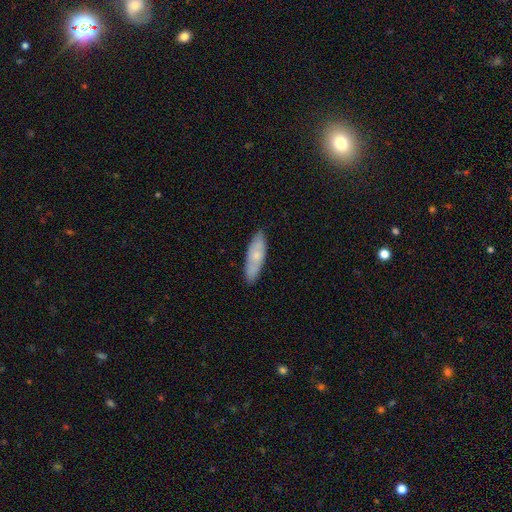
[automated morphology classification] smooth_or_featured: smooth (p=0.65) [alt: featured or disk p=0.29]
how_rounded: in between (p=0.53) [alt: cigar-shaped p=0.45]
merging: none (p=0.84) [alt: minor disturbance p=0.12]